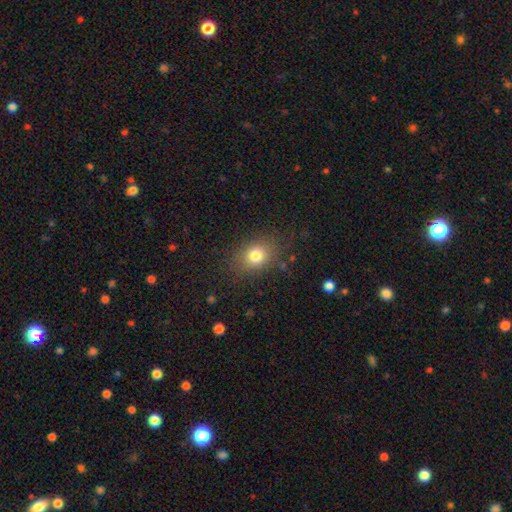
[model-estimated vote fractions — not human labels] smooth_or_featured: smooth (p=0.79) [alt: star or artifact p=0.12]
how_rounded: in between (p=0.54) [alt: round p=0.44]
merging: none (p=0.79) [alt: minor disturbance p=0.14]